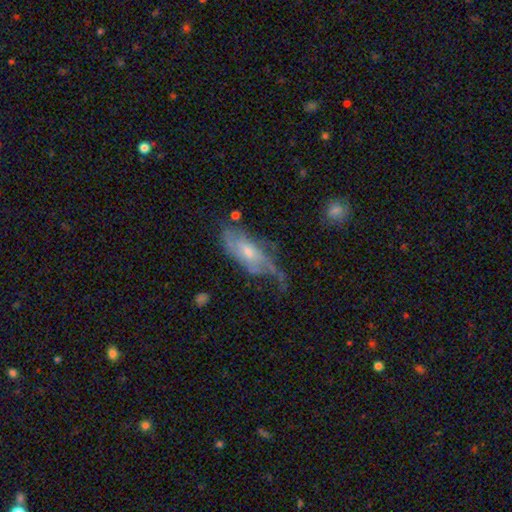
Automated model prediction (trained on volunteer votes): Smooth or featured? Predicted: featured or disk (p=0.63). Edge-on disk? Predicted: no (p=0.86). Bar? Predicted: no (p=0.67). Spiral arms? Predicted: yes (p=0.74). Bulge size? Predicted: moderate (p=0.48). Merging? Predicted: none (p=0.35).